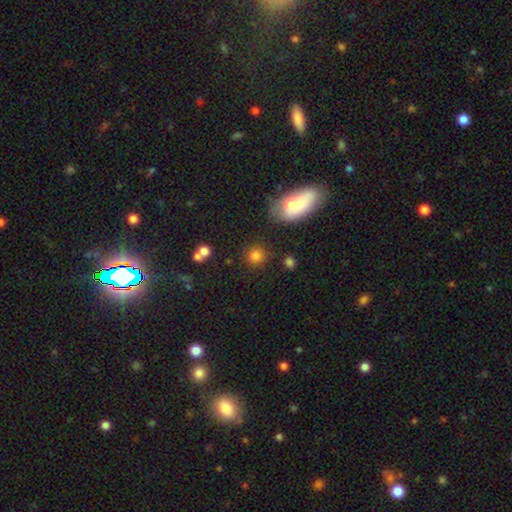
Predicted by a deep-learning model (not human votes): Overall: smooth (80%). How rounded: round (88%). Merging: none (81%).